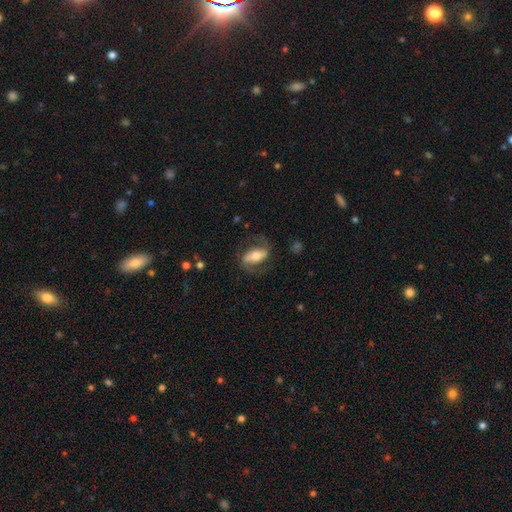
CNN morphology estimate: featured or disk 64%, smooth 29%, star or artifact 6%. Down the decision tree: edge-on disk — no (88%); bar — strong (55%); spiral arms — yes (84%); bulge size — moderate (54%); merging — none (70%).